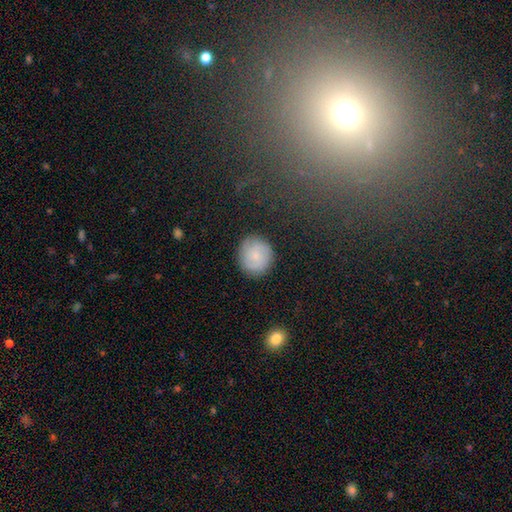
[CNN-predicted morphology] A smooth galaxy with no disk features (65%) that is round (86%).

Vote fractions:
- Smooth or featured? smooth: 65% / featured or disk: 27% / star or artifact: 8%
- How rounded? round: 86% / in between: 13% / cigar-shaped: 1%
- Merging? none: 86% / minor disturbance: 10% / major disturbance: 3% / merger: 1%